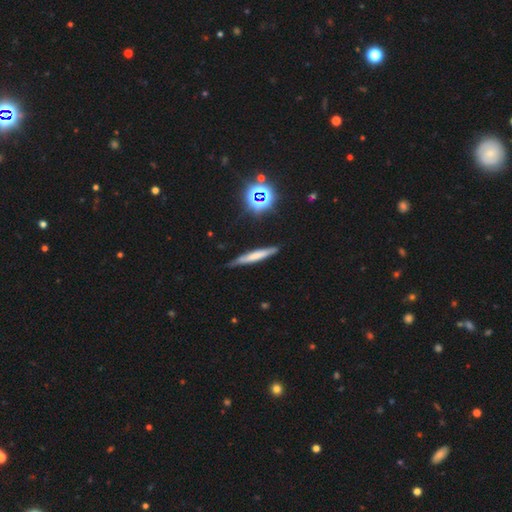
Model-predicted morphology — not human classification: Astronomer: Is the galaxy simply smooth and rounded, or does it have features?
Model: smooth — 55% (runner-up: featured or disk, 33%).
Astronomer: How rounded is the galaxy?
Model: cigar-shaped — 92%.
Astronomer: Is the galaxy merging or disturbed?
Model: none — 76%.